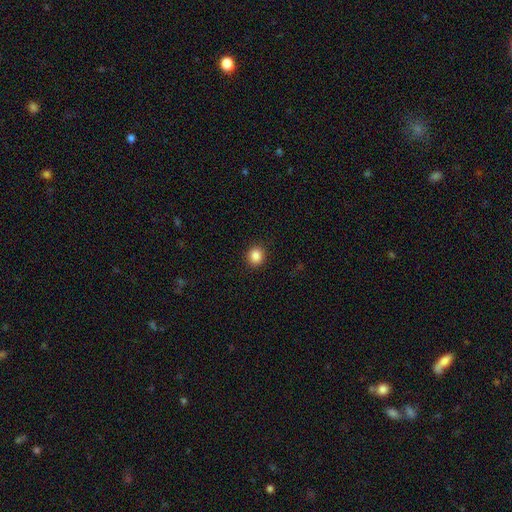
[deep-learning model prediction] This is clearly a smooth galaxy (87%). How rounded: likely round (79%). Merging: clearly none (91%).